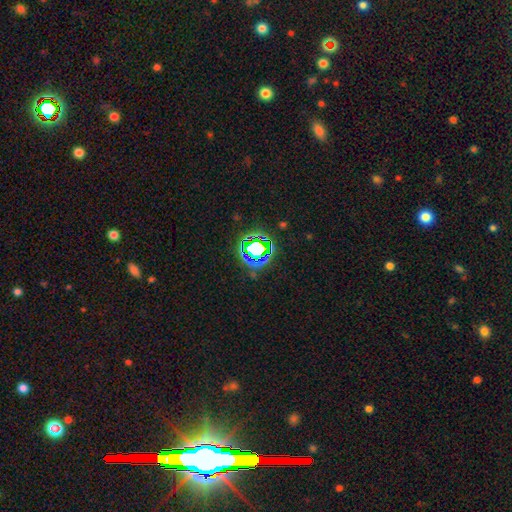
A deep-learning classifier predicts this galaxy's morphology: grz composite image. It shows a star or artifact, not a galaxy (73%).